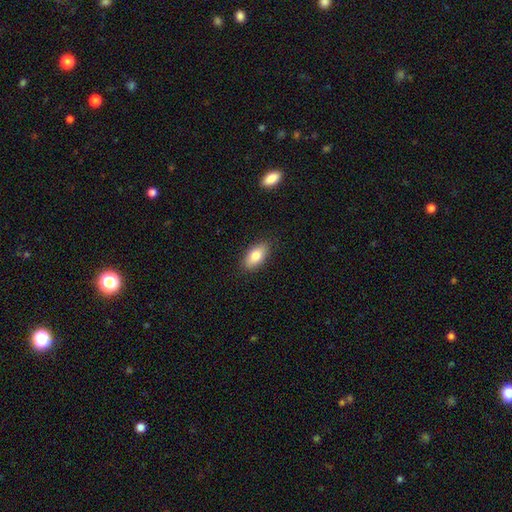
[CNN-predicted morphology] This is clearly a smooth galaxy (80%). How rounded: clearly in between (89%). Merging: clearly none (87%).